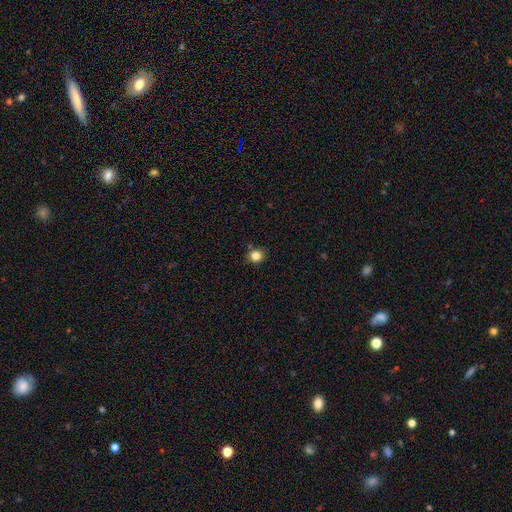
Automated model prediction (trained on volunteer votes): Morphology: type=smooth (82%); roundness=round (82%); merging=none (86%).